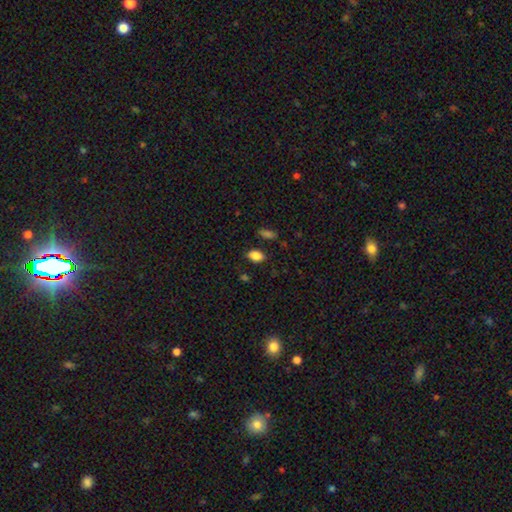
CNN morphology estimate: A smooth galaxy with no disk features (85%) that is in between round and cigar-shaped (84%).

Vote fractions:
- Smooth or featured? smooth: 85% / star or artifact: 10% / featured or disk: 5%
- How rounded? in between: 84% / round: 14% / cigar-shaped: 2%
- Merging? none: 83% / minor disturbance: 12% / major disturbance: 3% / merger: 3%